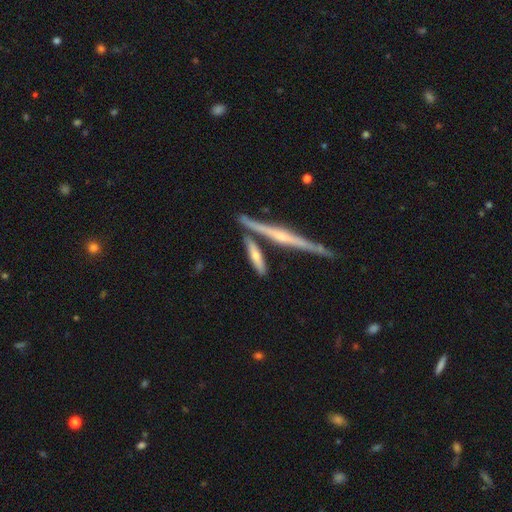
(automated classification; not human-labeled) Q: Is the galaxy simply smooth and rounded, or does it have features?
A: smooth — 53%.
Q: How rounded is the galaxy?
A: cigar-shaped — 76%.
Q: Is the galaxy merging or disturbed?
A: none — 66%.